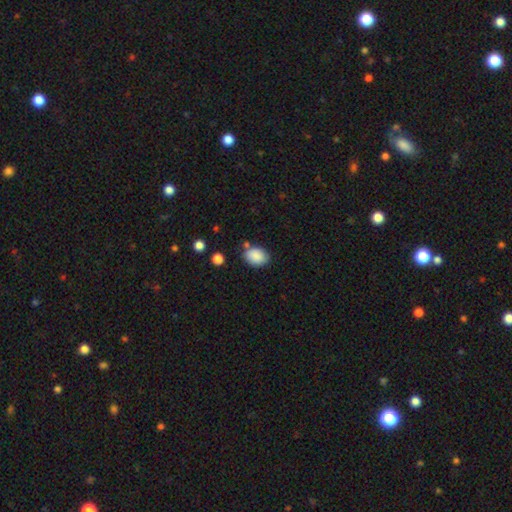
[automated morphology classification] The model was most divided on "how rounded": in between: 70%, round: 29%, cigar-shaped: 1%. More confident: smooth or featured — smooth (88%); merging — none (74%).